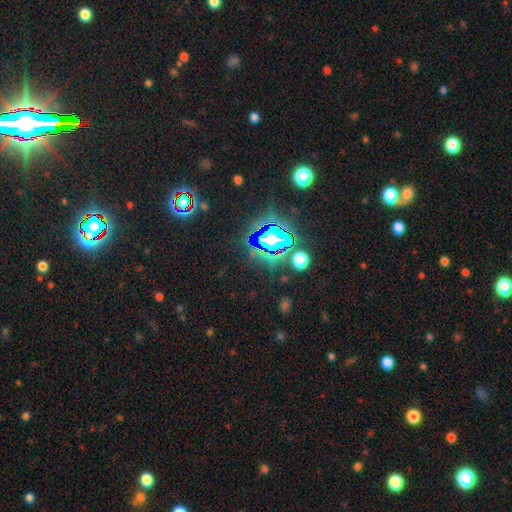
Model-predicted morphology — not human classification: Smooth or featured? Predicted: star or artifact (p=0.84).